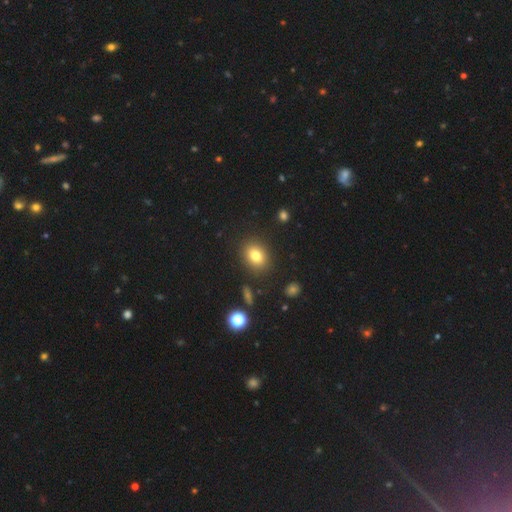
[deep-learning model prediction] A smooth galaxy with no disk features (80%) that is in between round and cigar-shaped (60%).

Vote fractions:
- Smooth or featured? smooth: 80% / star or artifact: 11% / featured or disk: 9%
- How rounded? in between: 60% / round: 39% / cigar-shaped: 1%
- Merging? none: 86% / minor disturbance: 9% / major disturbance: 3% / merger: 2%